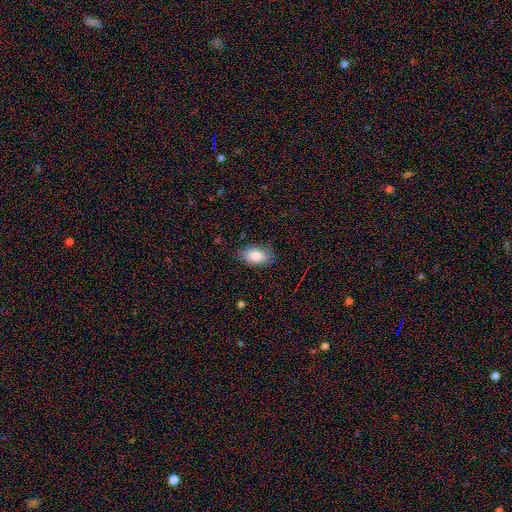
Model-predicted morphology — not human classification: This appears to be a smooth galaxy with no disk features (85%) that is in between round and cigar-shaped (92%). Merging: none (81%).